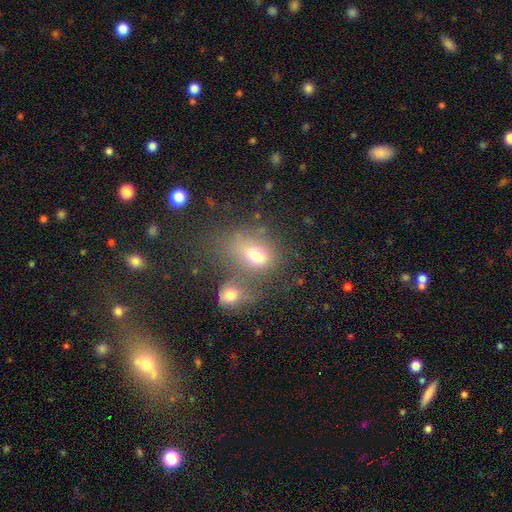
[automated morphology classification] A smooth galaxy with no disk features (69%) that is in between round and cigar-shaped (57%).

Vote fractions:
- Smooth or featured? smooth: 69% / featured or disk: 16% / star or artifact: 15%
- How rounded? in between: 57% / round: 42% / cigar-shaped: 2%
- Merging? merger: 47% / none: 30% / minor disturbance: 12% / major disturbance: 11%